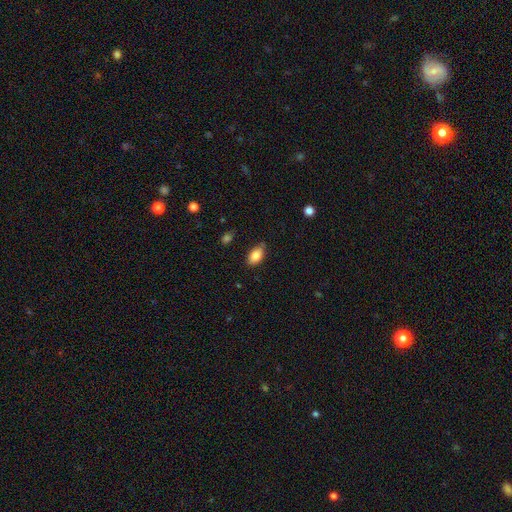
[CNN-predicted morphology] Smooth or featured: smooth — 84% (featured or disk — 8%)
How rounded: in between — 92% (round — 6%)
Merging: none — 77% (minor disturbance — 18%)